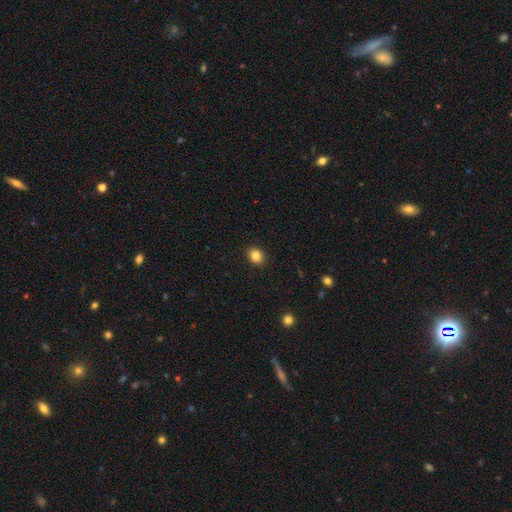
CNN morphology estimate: Smooth or featured? smooth (85%)
How rounded? round (59%)
Merging? none (90%)